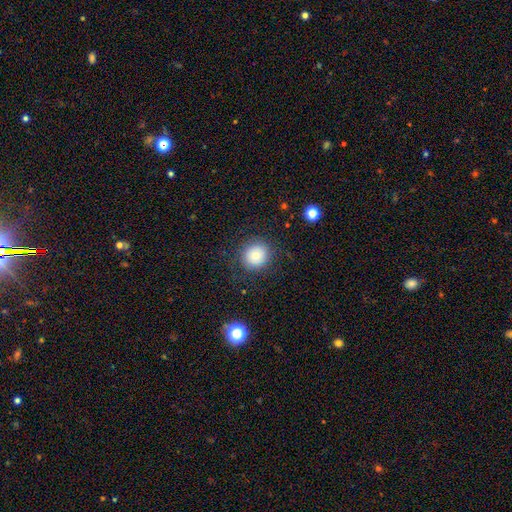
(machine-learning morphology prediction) smooth_or_featured: smooth (p=0.75) [alt: featured or disk p=0.13]
how_rounded: round (p=0.88) [alt: in between p=0.11]
merging: none (p=0.83) [alt: minor disturbance p=0.11]